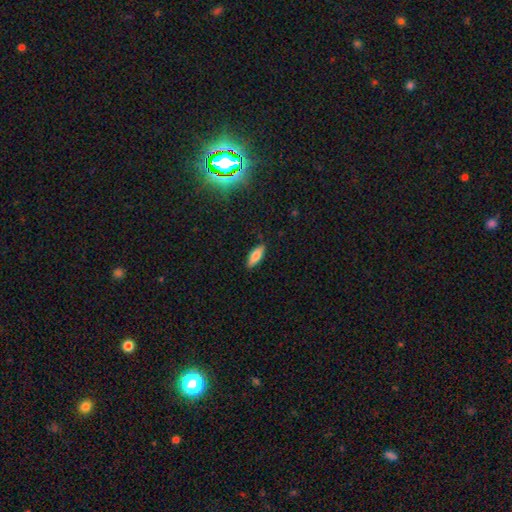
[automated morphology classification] A smooth galaxy with no disk features (78%) that is in between round and cigar-shaped (64%).

Vote fractions:
- Smooth or featured? smooth: 78% / featured or disk: 15% / star or artifact: 7%
- How rounded? in between: 64% / cigar-shaped: 34% / round: 2%
- Merging? none: 88% / minor disturbance: 9% / major disturbance: 2% / merger: 1%